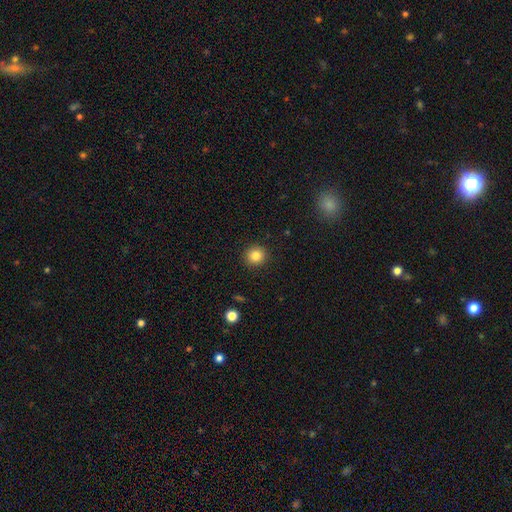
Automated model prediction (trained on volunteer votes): This appears to be a smooth galaxy with no disk features (83%) that is round (91%). Merging: none (92%).